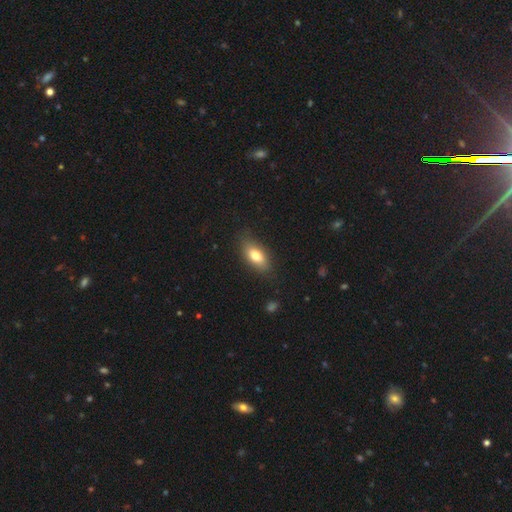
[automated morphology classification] The model was most divided on "smooth or featured": smooth: 77%, featured or disk: 15%, star or artifact: 8%. More confident: how rounded — in between (84%); merging — none (81%).